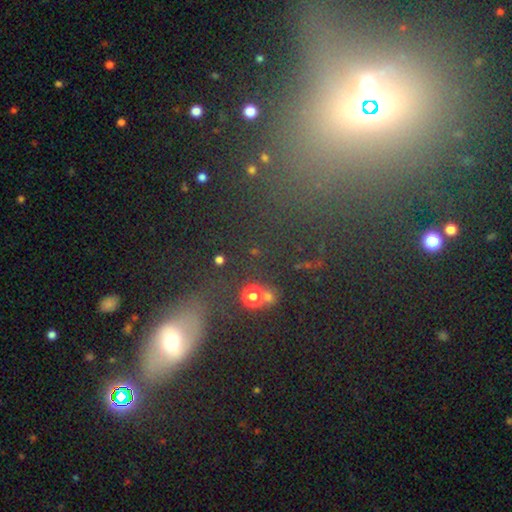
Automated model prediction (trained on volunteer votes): A smooth galaxy with no disk features (41%).

Vote fractions:
- Smooth or featured? smooth: 41% / star or artifact: 33% / featured or disk: 26%
- Merging? none: 64% / minor disturbance: 14% / merger: 13% / major disturbance: 9%